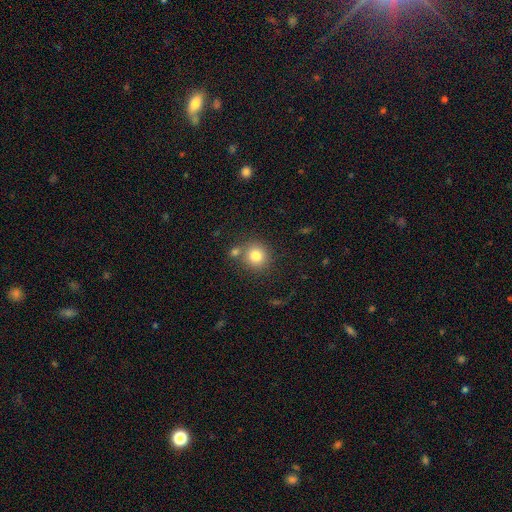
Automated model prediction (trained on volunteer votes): smooth-or-featured: smooth: 80% | star or artifact: 11% | featured or disk: 9%
  how-rounded: round: 90% | in between: 9% | cigar-shaped: 1%
  merging: none: 71% | merger: 16% | minor disturbance: 10% | major disturbance: 3%